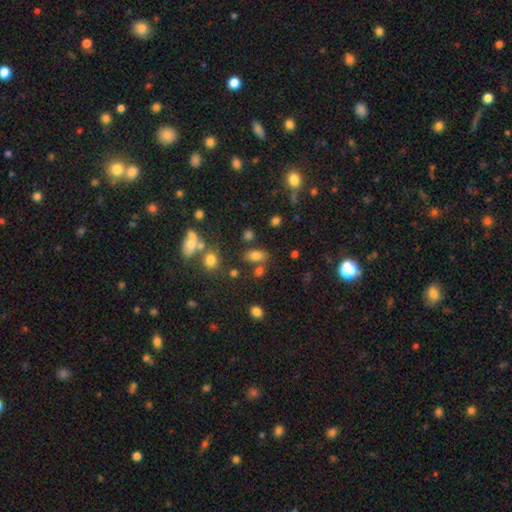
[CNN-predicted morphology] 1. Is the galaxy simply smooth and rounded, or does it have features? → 75% smooth, 14% star or artifact, 11% featured or disk.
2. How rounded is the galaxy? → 85% in between, 9% round, 6% cigar-shaped.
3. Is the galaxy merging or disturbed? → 66% none, 15% merger, 14% minor disturbance, 5% major disturbance.